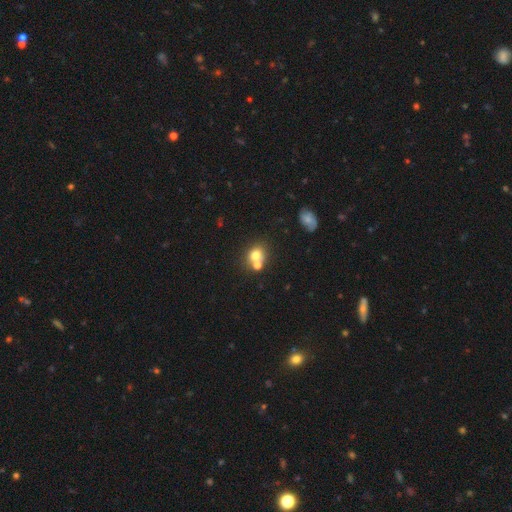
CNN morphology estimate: smooth 71%, featured or disk 16%, star or artifact 12%. Down the decision tree: how rounded — round (71%); merging — none (46%).